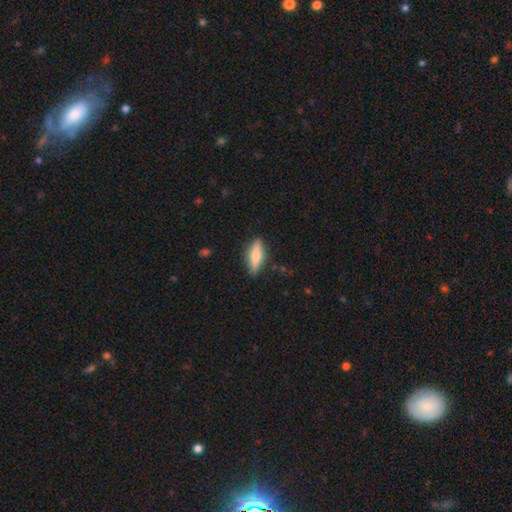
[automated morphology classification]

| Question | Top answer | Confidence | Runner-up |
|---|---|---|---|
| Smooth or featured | smooth | 63% | featured or disk (30%) |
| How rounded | cigar-shaped | 52% | in between (45%) |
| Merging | none | 86% | minor disturbance (11%) |